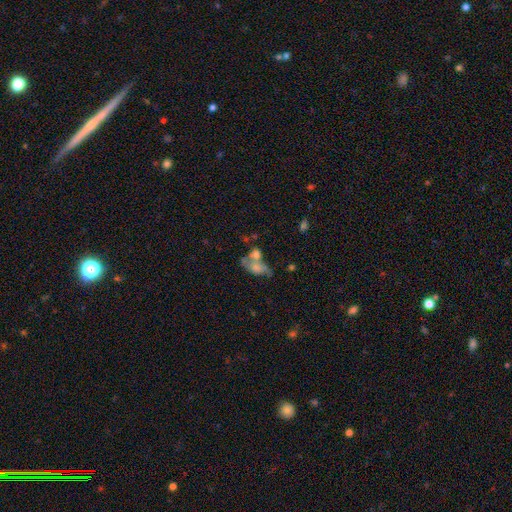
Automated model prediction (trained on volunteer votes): smooth-or-featured: smooth: 51% | featured or disk: 36% | star or artifact: 13%
  how-rounded: in between: 74% | round: 21% | cigar-shaped: 5%
  merging: merger: 52% | none: 21% | major disturbance: 15% | minor disturbance: 12%